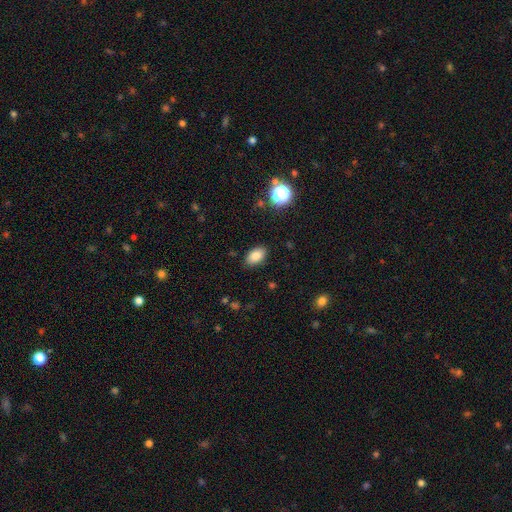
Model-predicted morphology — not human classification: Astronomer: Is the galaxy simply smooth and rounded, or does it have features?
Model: smooth — 84%.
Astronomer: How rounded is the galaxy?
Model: in between — 91%.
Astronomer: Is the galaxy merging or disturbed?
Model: none — 87%.